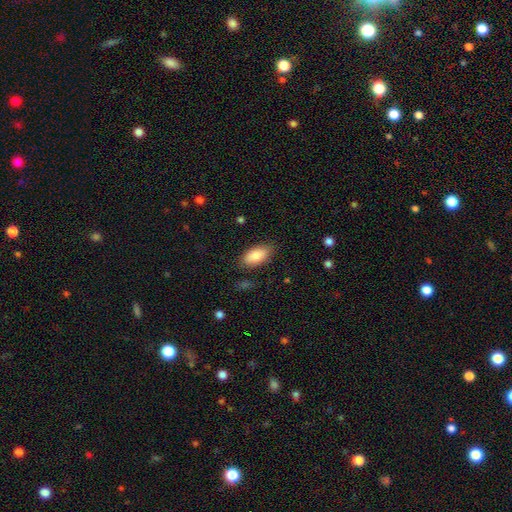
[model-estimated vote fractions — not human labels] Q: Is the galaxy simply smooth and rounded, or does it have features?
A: smooth — 86%.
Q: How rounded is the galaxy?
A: in between — 93%.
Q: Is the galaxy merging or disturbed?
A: none — 80%.